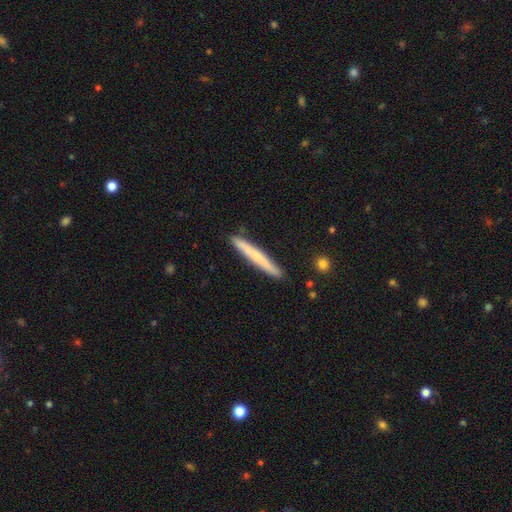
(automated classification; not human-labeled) Smooth or featured: smooth — 56% (featured or disk — 38%)
How rounded: cigar-shaped — 96% (in between — 2%)
Merging: none — 89% (minor disturbance — 8%)